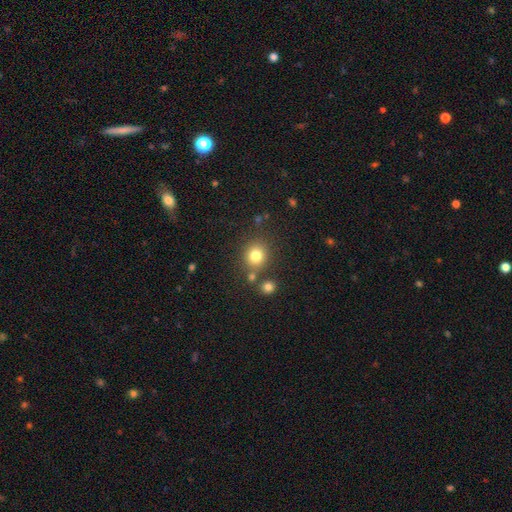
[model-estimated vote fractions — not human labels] Overall: smooth (80%). How rounded: round (85%). Merging: none (76%).